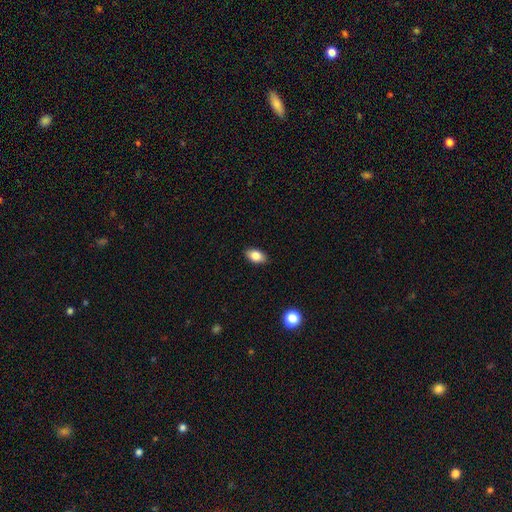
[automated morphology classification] smooth-or-featured: smooth: 83% | featured or disk: 9% | star or artifact: 8%
  how-rounded: in between: 90% | round: 8% | cigar-shaped: 3%
  merging: none: 88% | minor disturbance: 9% | major disturbance: 2% | merger: 1%